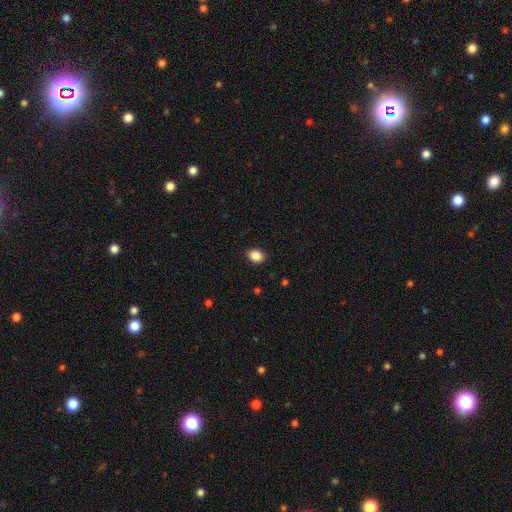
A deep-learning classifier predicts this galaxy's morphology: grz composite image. It shows a smooth galaxy with no disk features (88%) that is in between round and cigar-shaped (57%). Merging: none (90%).